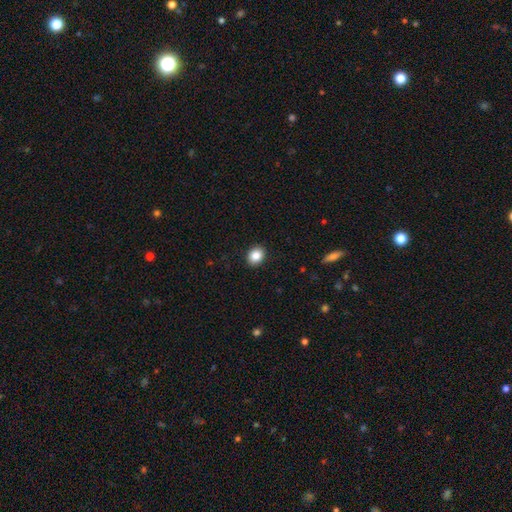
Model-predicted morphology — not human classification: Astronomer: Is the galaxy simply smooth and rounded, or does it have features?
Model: smooth — 86%.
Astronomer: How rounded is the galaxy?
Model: round — 54% (runner-up: in between, 45%).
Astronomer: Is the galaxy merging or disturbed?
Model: none — 91%.